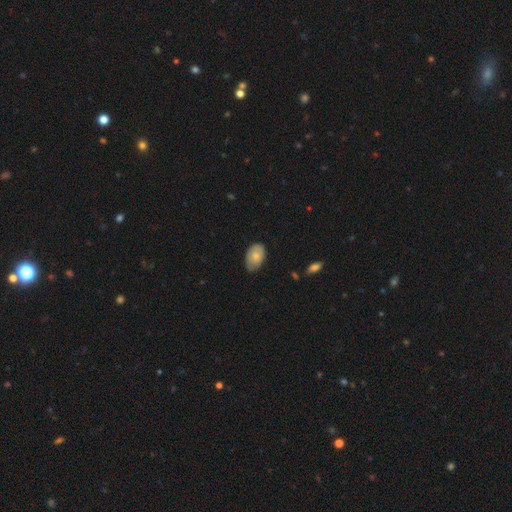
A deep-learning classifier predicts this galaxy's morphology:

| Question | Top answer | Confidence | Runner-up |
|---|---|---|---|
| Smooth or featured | smooth | 75% | featured or disk (19%) |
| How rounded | in between | 90% | round (9%) |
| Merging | none | 66% | minor disturbance (29%) |